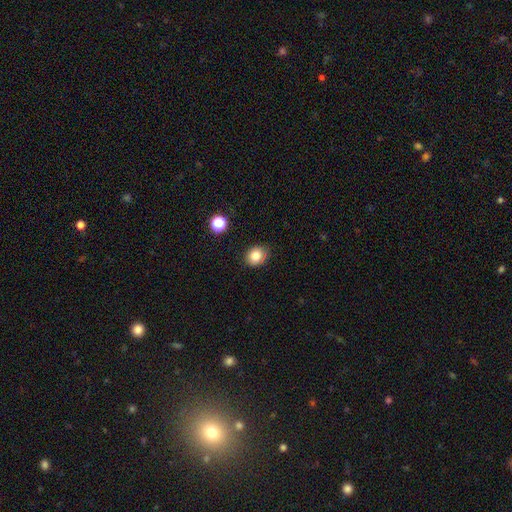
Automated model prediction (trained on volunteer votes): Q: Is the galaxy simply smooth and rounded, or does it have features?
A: smooth — 82%.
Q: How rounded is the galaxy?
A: round — 61%.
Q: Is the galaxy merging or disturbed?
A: none — 84%.